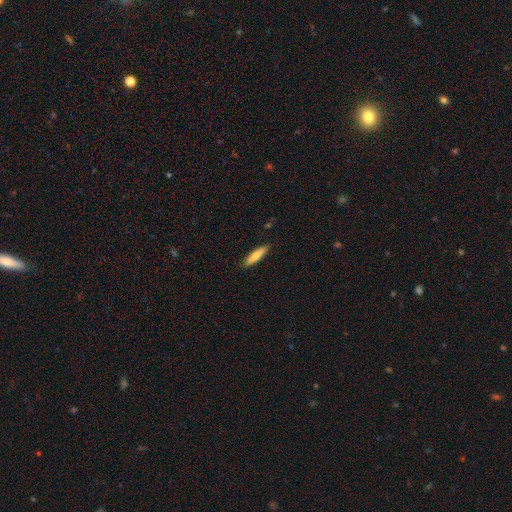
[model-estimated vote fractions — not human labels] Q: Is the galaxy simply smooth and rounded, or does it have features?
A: smooth — 69%.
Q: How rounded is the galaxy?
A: cigar-shaped — 75%.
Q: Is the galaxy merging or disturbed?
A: none — 87%.